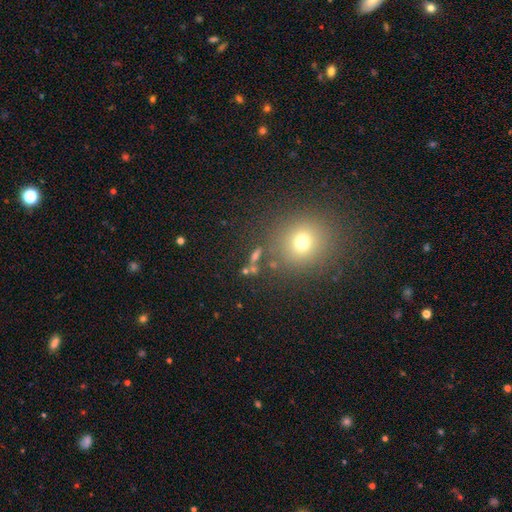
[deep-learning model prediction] The model was most divided on "smooth or featured": smooth: 56%, star or artifact: 32%, featured or disk: 12%. More confident: merging — none (78%); how rounded — round (74%).